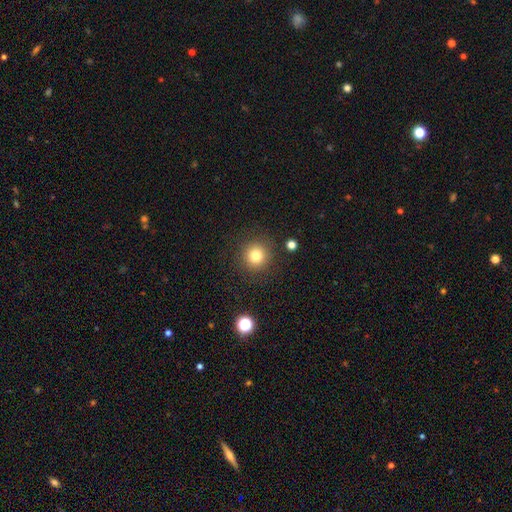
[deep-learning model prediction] Smooth or featured? smooth (80%)
How rounded? round (94%)
Merging? none (88%)